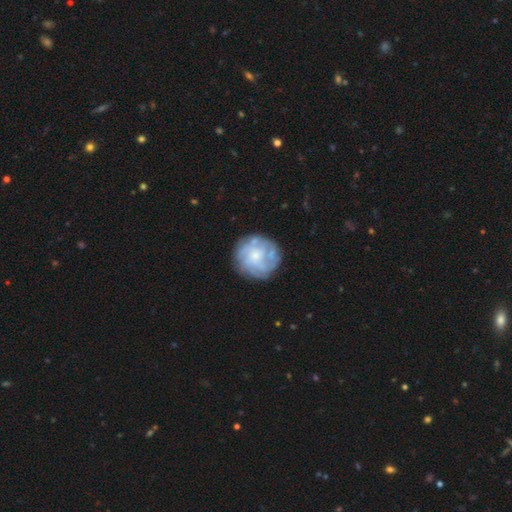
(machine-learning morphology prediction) Q: Smooth or featured?
A: featured or disk (59%); runner-up: smooth (33%)
Q: Edge-on disk?
A: no (98%); runner-up: yes (2%)
Q: Bar?
A: no (80%); runner-up: weak (17%)
Q: Spiral arms?
A: yes (66%); runner-up: no (34%)
Q: Bulge size?
A: small (55%); runner-up: moderate (31%)
Q: Merging?
A: none (76%); runner-up: minor disturbance (15%)